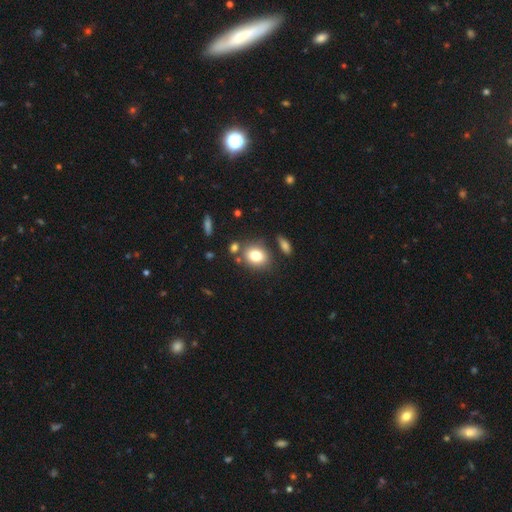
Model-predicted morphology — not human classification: Overall: smooth (79%). How rounded: in between (52%; round 47%). Merging: none (71%).